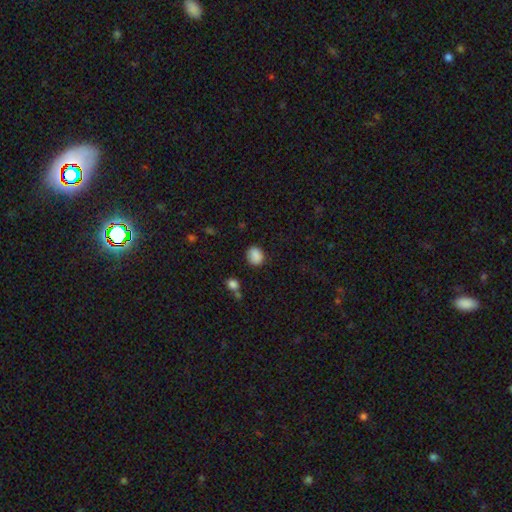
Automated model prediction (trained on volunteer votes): A smooth galaxy with no disk features (87%) that is round (55%).

Vote fractions:
- Smooth or featured? smooth: 87% / star or artifact: 9% / featured or disk: 4%
- How rounded? round: 55% / in between: 44% / cigar-shaped: 1%
- Merging? none: 80% / minor disturbance: 14% / major disturbance: 4% / merger: 3%